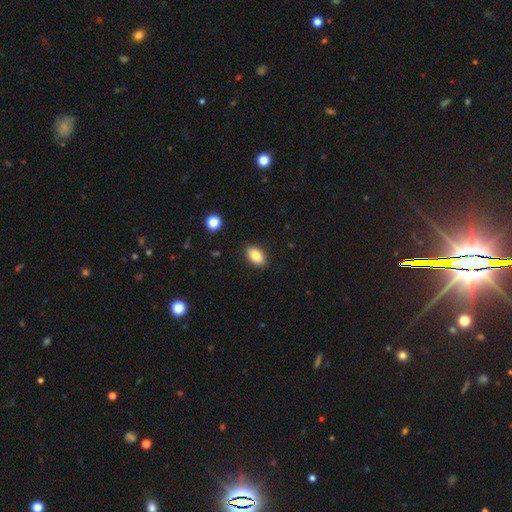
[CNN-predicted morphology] Smooth or featured? smooth (83%)
How rounded? in between (91%)
Merging? none (88%)